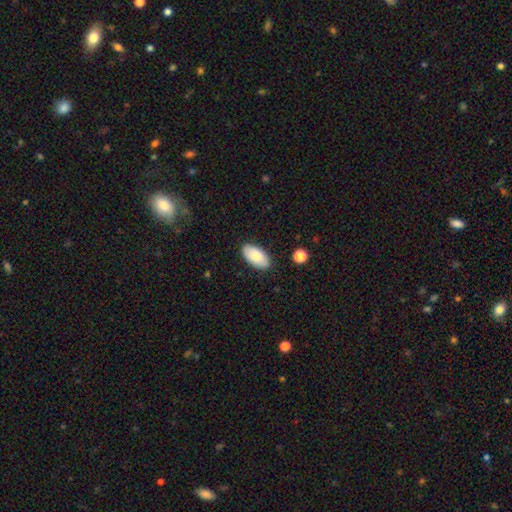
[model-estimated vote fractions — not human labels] A smooth galaxy with no disk features (82%) that is in between round and cigar-shaped (95%). Merging: none (86%).